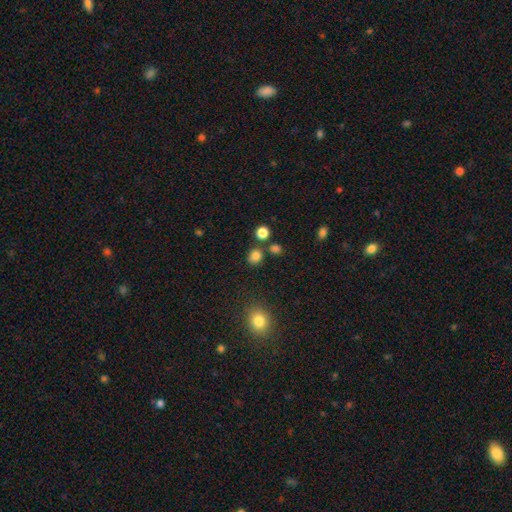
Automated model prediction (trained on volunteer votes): Smooth or featured?
  - smooth: 81% *
  - star or artifact: 14%
  - featured or disk: 5%
How rounded?
  - round: 76% *
  - in between: 23%
  - cigar-shaped: 1%
Merging?
  - none: 77% *
  - merger: 10%
  - minor disturbance: 10%
  - major disturbance: 3%